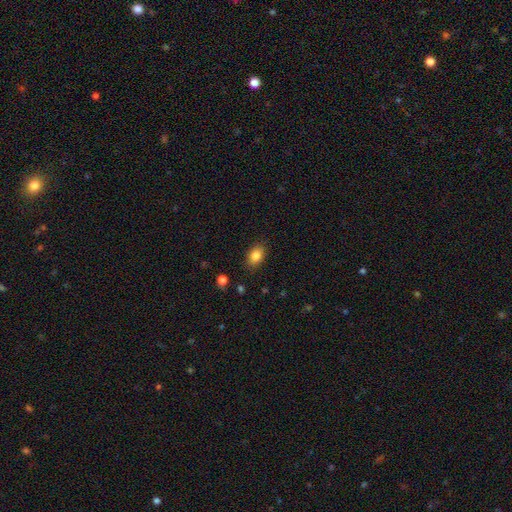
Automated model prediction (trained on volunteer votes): Overall: smooth (84%). How rounded: in between (82%). Merging: none (86%).